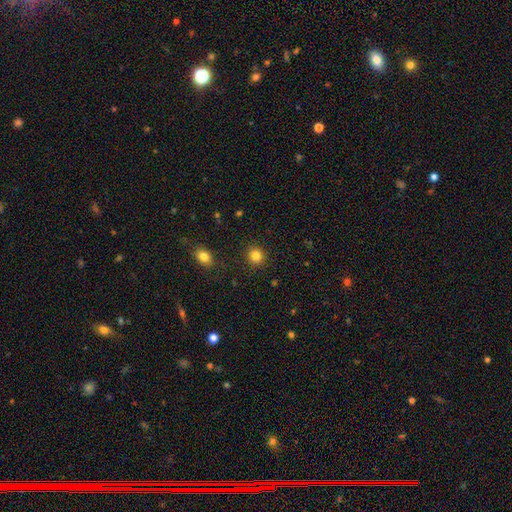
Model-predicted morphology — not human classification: A smooth galaxy with no disk features (84%) that is round (87%).

Vote fractions:
- Smooth or featured? smooth: 84% / star or artifact: 11% / featured or disk: 5%
- How rounded? round: 87% / in between: 12% / cigar-shaped: 1%
- Merging? none: 91% / minor disturbance: 6% / major disturbance: 2% / merger: 1%